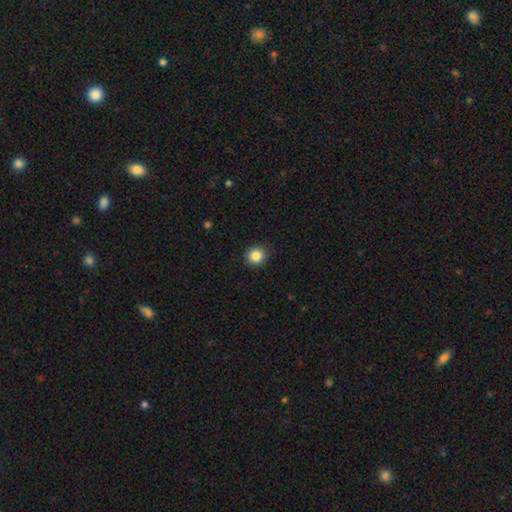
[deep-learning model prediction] Smooth or featured?
  - smooth: 85% *
  - star or artifact: 10%
  - featured or disk: 5%
How rounded?
  - round: 87% *
  - in between: 12%
  - cigar-shaped: 1%
Merging?
  - none: 89% *
  - minor disturbance: 8%
  - major disturbance: 2%
  - merger: 1%